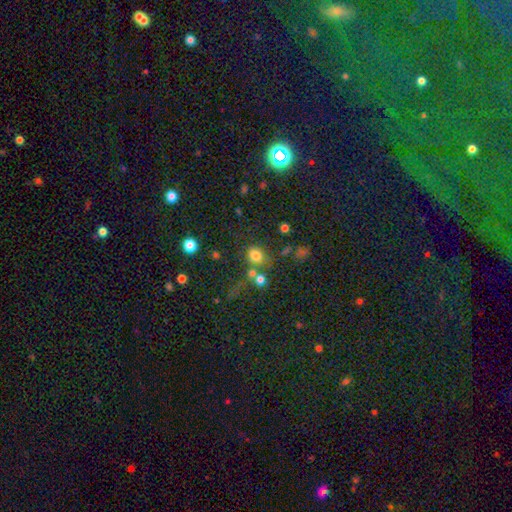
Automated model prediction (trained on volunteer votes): This is likely a smooth galaxy (75%). How rounded: likely round (68%). Merging: possibly none (58%).